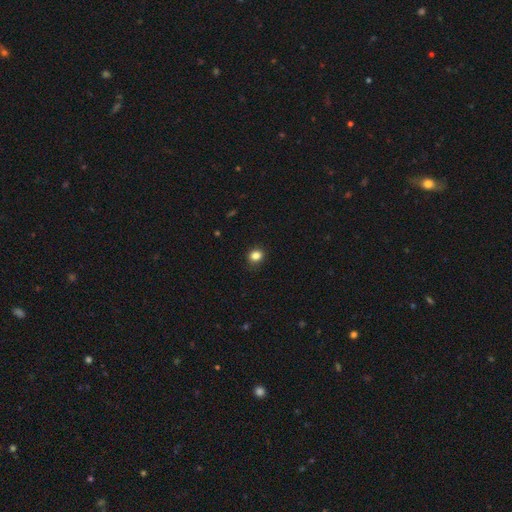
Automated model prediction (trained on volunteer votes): Smooth or featured: smooth — 84% (star or artifact — 12%)
How rounded: round — 70% (in between — 29%)
Merging: none — 88% (minor disturbance — 9%)